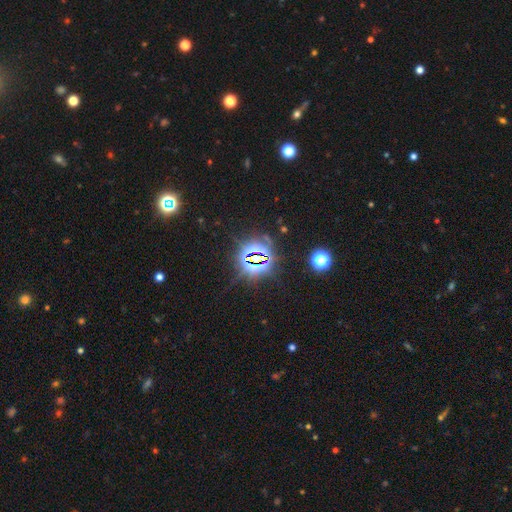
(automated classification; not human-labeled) smooth-or-featured: star or artifact: 81% | smooth: 11% | featured or disk: 8%